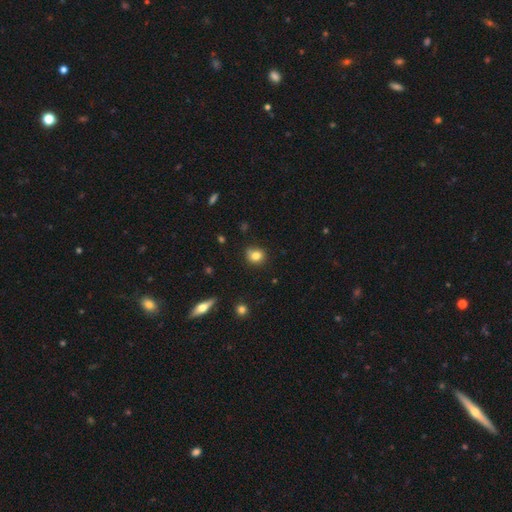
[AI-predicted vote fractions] The model was most divided on "how rounded": round: 68%, in between: 30%, cigar-shaped: 1%. More confident: smooth or featured — smooth (81%); merging — none (69%).